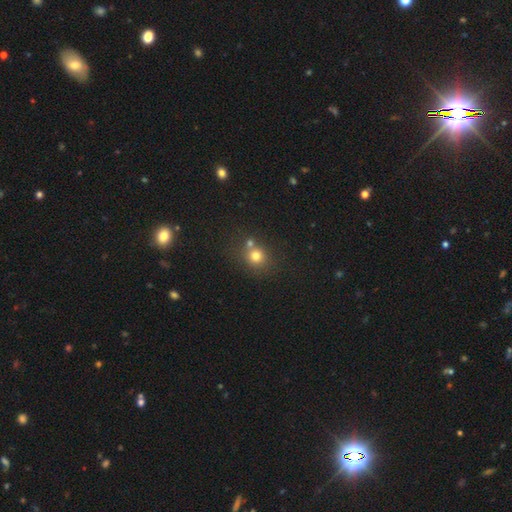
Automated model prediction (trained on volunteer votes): Overall: smooth (76%). How rounded: round (83%). Merging: none (58%; merger 29%).